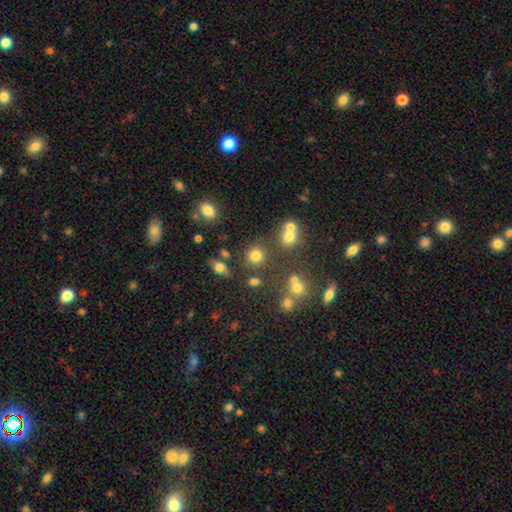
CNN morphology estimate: Q: Smooth or featured?
A: smooth (74%); runner-up: star or artifact (17%)
Q: How rounded?
A: round (86%); runner-up: in between (12%)
Q: Merging?
A: none (74%); runner-up: merger (11%)